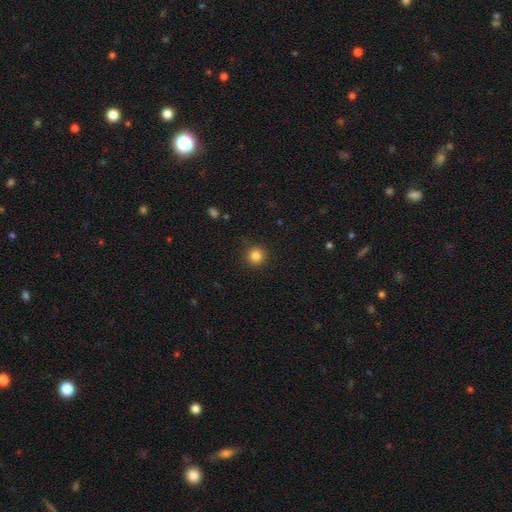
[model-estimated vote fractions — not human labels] Morphology: type=smooth (84%); roundness=round (94%); merging=none (90%).